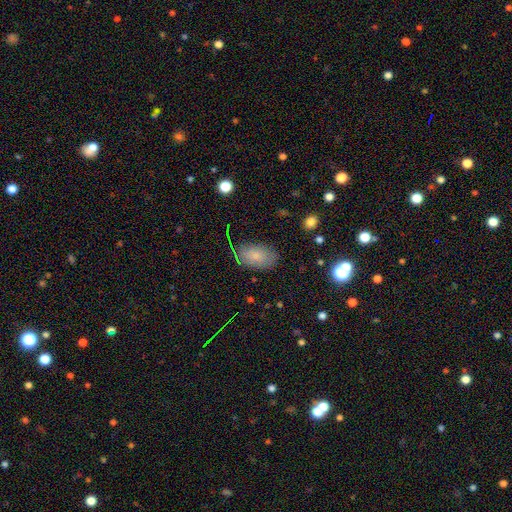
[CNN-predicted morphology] This appears to be a smooth galaxy with no disk features (74%) that is in between round and cigar-shaped (92%). Merging: none (74%).